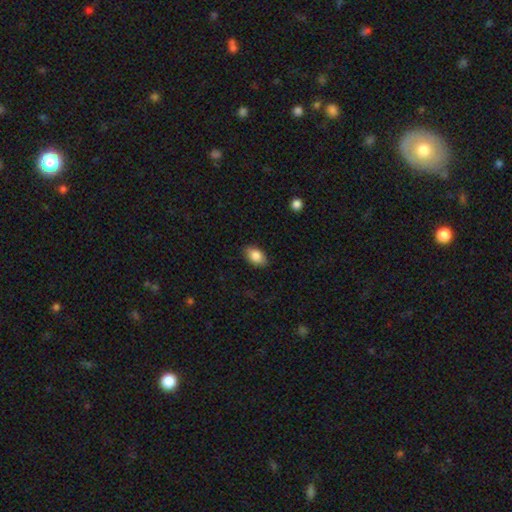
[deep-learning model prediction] smooth-or-featured: smooth: 86% | star or artifact: 7% | featured or disk: 7%
  how-rounded: in between: 89% | round: 9% | cigar-shaped: 2%
  merging: none: 84% | minor disturbance: 12% | major disturbance: 3% | merger: 1%